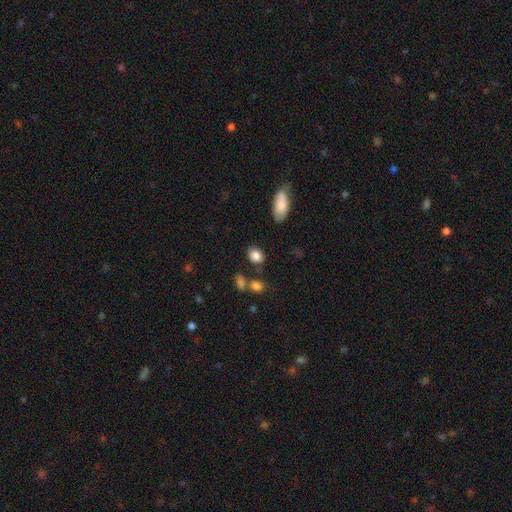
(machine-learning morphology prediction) Smooth or featured? Predicted: smooth (p=0.85). How rounded? Predicted: in between (p=0.63). Merging? Predicted: none (p=0.74).